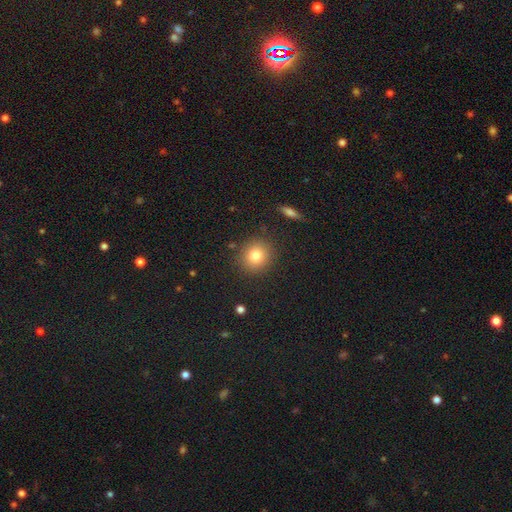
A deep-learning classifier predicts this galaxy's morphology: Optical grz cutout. It shows a smooth galaxy with no disk features (81%) that is round (85%). Merging: none (87%).